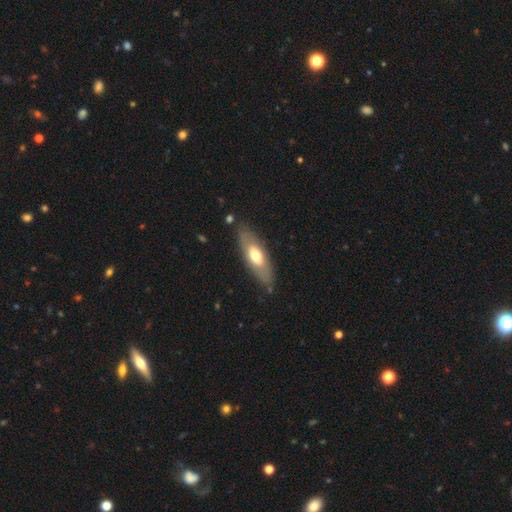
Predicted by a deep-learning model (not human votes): A smooth galaxy with no disk features (55%) that is in between round and cigar-shaped (65%).

Vote fractions:
- Smooth or featured? smooth: 55% / featured or disk: 40% / star or artifact: 6%
- How rounded? in between: 65% / cigar-shaped: 32% / round: 2%
- Merging? none: 82% / minor disturbance: 12% / major disturbance: 3% / merger: 2%